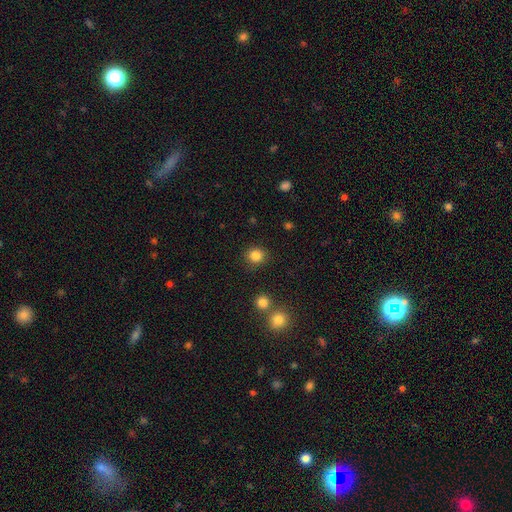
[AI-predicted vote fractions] smooth-or-featured: smooth: 84% | star or artifact: 11% | featured or disk: 4%
  how-rounded: round: 88% | in between: 11% | cigar-shaped: 1%
  merging: none: 88% | minor disturbance: 7% | major disturbance: 2% | merger: 2%